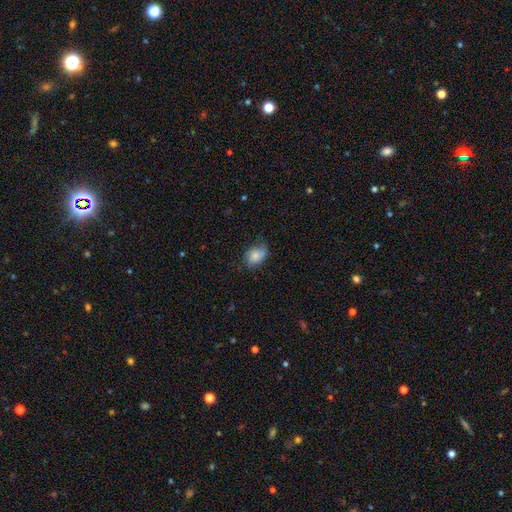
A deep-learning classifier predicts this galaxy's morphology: smooth 76%, featured or disk 16%, star or artifact 8%. Down the decision tree: how rounded — in between (72%); merging — none (60%).